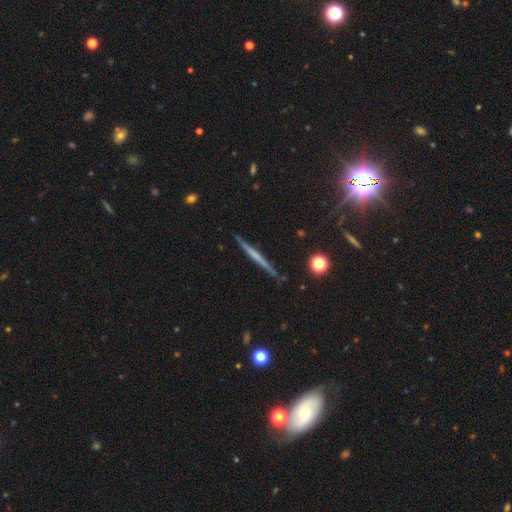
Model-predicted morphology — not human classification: Smooth or featured? featured or disk (56%)
Edge-on disk? yes (97%)
Edge-on bulge? none (79%)
Merging? none (90%)